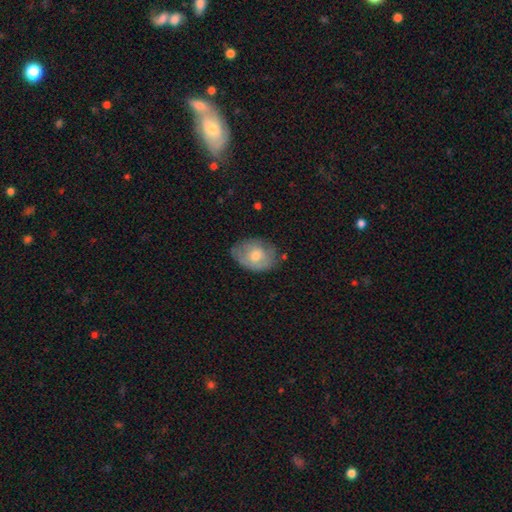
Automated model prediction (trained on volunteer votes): smooth 57%, featured or disk 35%, star or artifact 8%. Down the decision tree: how rounded — in between (76%); merging — none (66%).